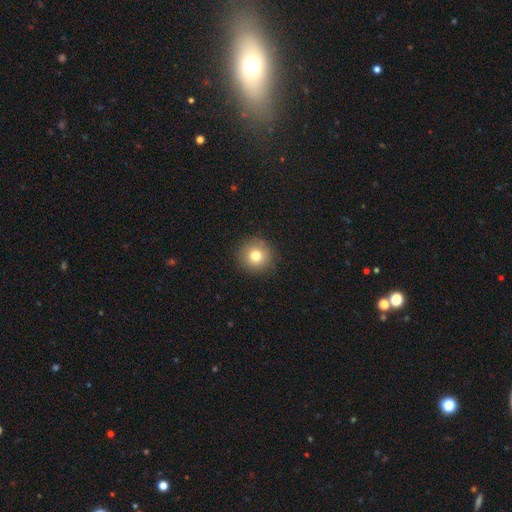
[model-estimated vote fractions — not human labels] Overall: smooth (78%). How rounded: round (94%). Merging: none (89%).